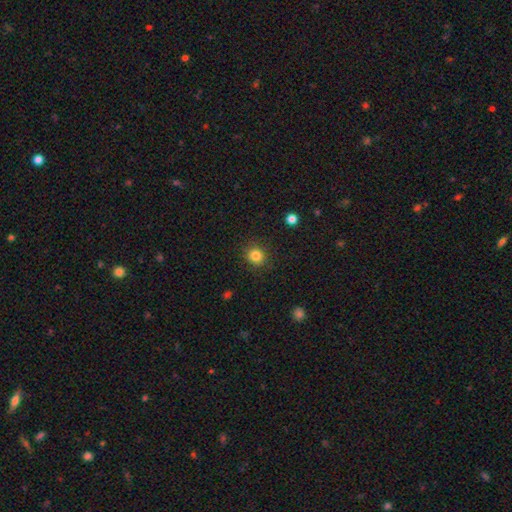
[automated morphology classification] Smooth or featured? smooth (83%)
How rounded? round (88%)
Merging? none (89%)